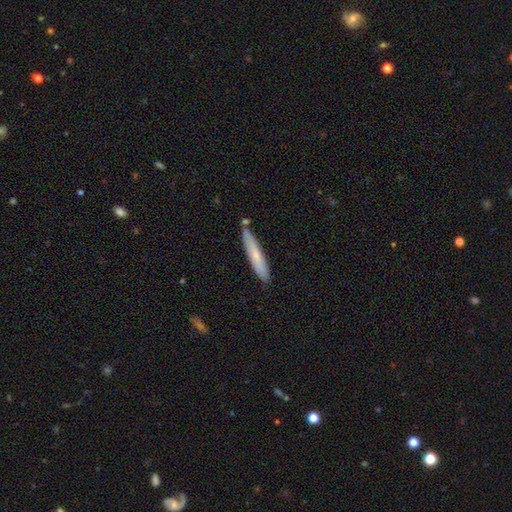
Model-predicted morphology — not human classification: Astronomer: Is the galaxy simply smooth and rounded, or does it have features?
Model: smooth — 65%.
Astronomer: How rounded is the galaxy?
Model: cigar-shaped — 91%.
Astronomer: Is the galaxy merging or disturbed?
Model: none — 82%.